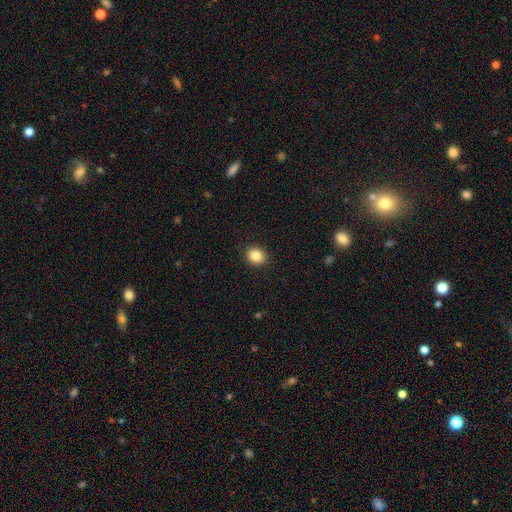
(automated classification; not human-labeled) Smooth or featured? smooth (86%)
How rounded? round (68%)
Merging? none (91%)